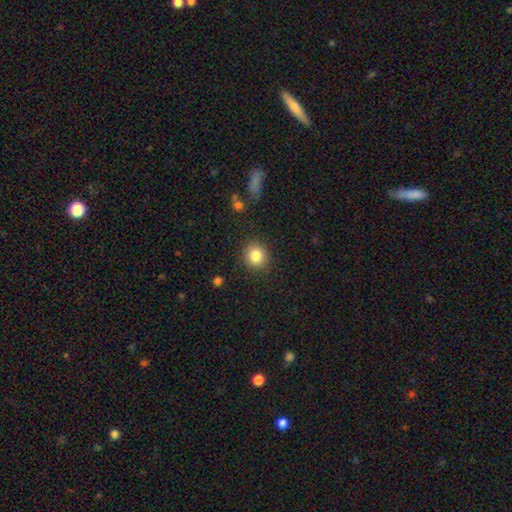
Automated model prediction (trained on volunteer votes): A smooth galaxy with no disk features (83%) that is round (87%).

Vote fractions:
- Smooth or featured? smooth: 83% / star or artifact: 10% / featured or disk: 7%
- How rounded? round: 87% / in between: 12% / cigar-shaped: 1%
- Merging? none: 89% / minor disturbance: 7% / major disturbance: 2% / merger: 1%